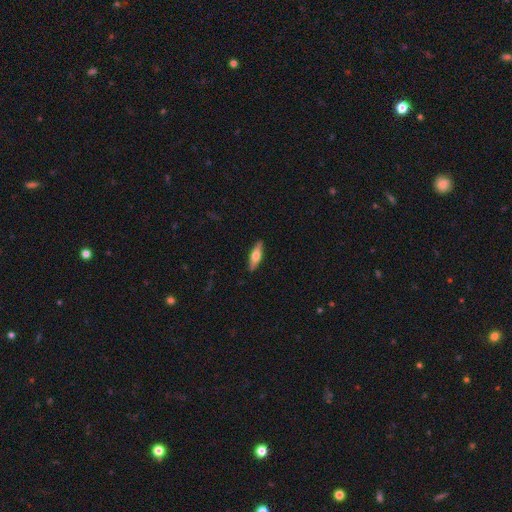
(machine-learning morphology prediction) Smooth or featured? Predicted: smooth (p=0.54). How rounded? Predicted: cigar-shaped (p=0.61). Merging? Predicted: none (p=0.90).